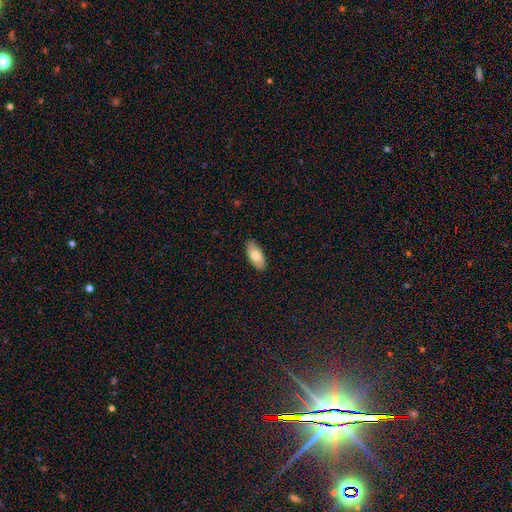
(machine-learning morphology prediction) type=smooth (78%); roundness=in between (90%); merging=none (87%).